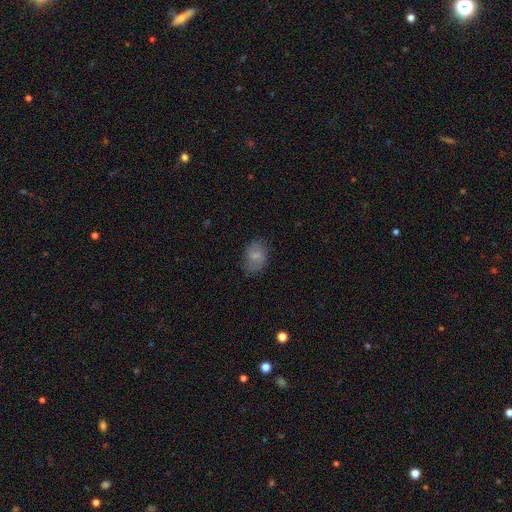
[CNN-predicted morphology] Overall: smooth (75%). How rounded: in between (79%). Merging: none (73%).